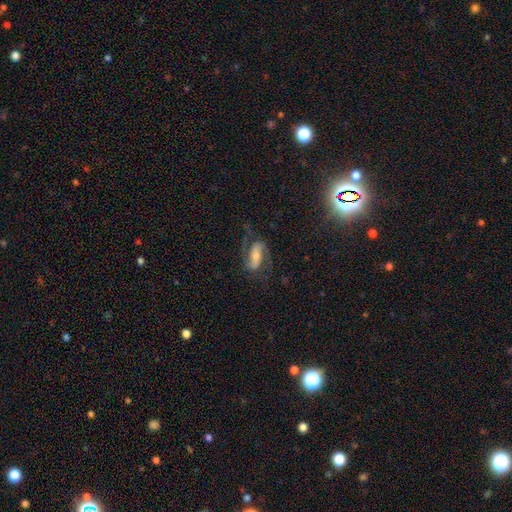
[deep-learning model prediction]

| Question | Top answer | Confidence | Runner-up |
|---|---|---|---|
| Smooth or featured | featured or disk | 77% | smooth (12%) |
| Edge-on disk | no | 94% | yes (6%) |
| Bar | strong | 35% | tied: weak (35%) |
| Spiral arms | yes | 95% | no (5%) |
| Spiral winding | medium | 50% | loose (33%) |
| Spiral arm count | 2 | 90% | can't tell (4%) |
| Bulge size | moderate | 47% | small (38%) |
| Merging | none | 70% | minor disturbance (15%) |